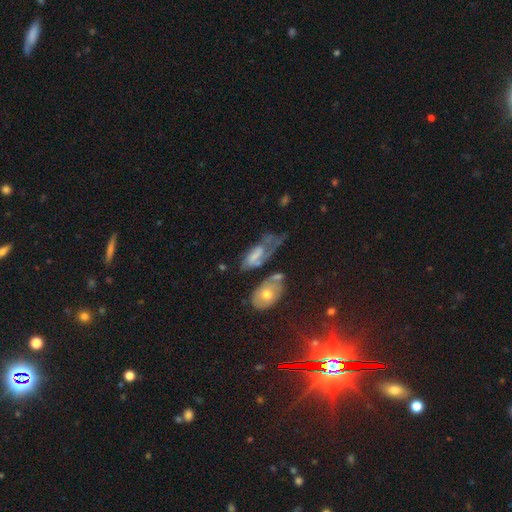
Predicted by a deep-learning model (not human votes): A featured or disk galaxy (58%) with no bar (43%), spiral arms (74%) and no central bulge (33%).

Vote fractions:
- Smooth or featured? featured or disk: 58% / smooth: 33% / star or artifact: 9%
- Edge-on disk? no: 90% / yes: 10%
- Bar? no: 43% / weak: 38% / strong: 19%
- Spiral arms? yes: 74% / no: 26%
- Bulge size? none: 33% / small: 29% / moderate: 27% / large: 9% / dominant: 2%
- Merging? major disturbance: 34% / none: 27% / minor disturbance: 22% / merger: 17%